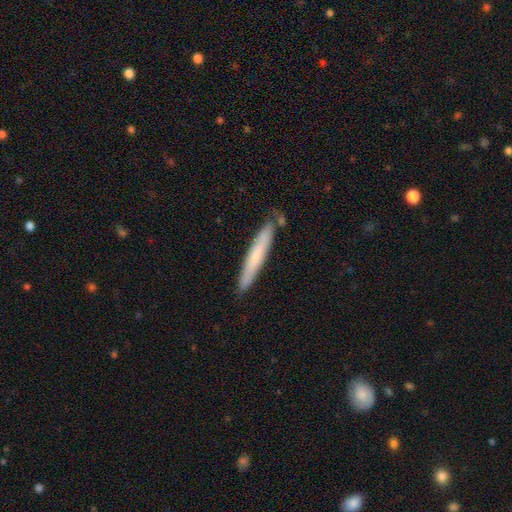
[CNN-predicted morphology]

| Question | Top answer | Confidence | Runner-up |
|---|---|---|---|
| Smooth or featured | smooth | 65% | featured or disk (29%) |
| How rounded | cigar-shaped | 95% | in between (4%) |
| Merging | none | 81% | minor disturbance (13%) |